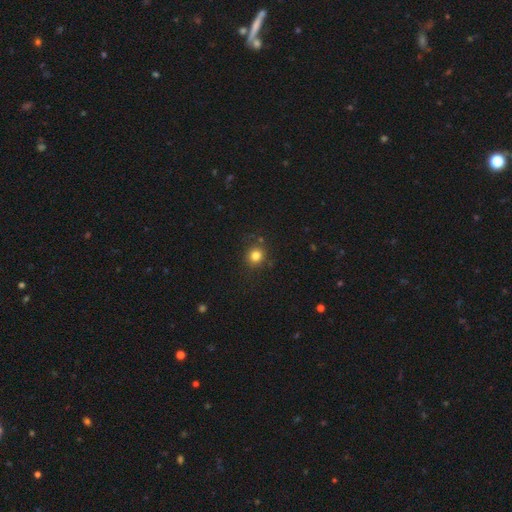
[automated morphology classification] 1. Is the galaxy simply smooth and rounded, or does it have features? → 81% smooth, 13% star or artifact, 6% featured or disk.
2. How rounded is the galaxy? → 86% round, 13% in between, 1% cigar-shaped.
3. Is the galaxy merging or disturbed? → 85% none, 9% minor disturbance, 3% major disturbance, 3% merger.